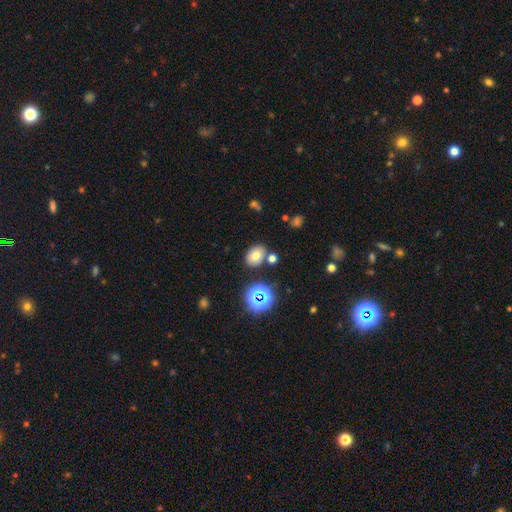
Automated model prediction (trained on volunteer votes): smooth-or-featured: smooth: 70% | star or artifact: 17% | featured or disk: 13%
  how-rounded: in between: 67% | round: 32% | cigar-shaped: 1%
  merging: none: 77% | minor disturbance: 11% | merger: 9% | major disturbance: 3%